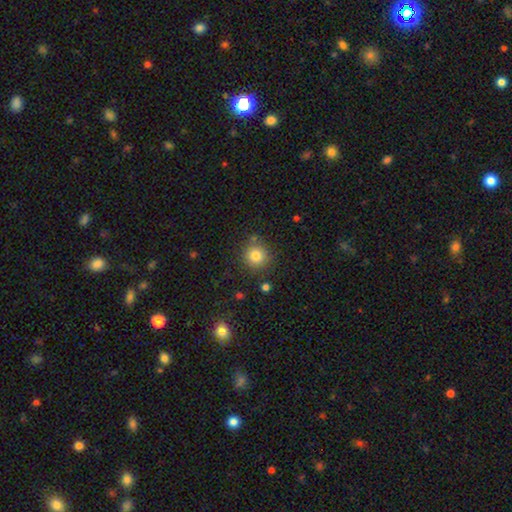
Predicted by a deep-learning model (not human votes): smooth-or-featured: smooth: 80% | star or artifact: 12% | featured or disk: 7%
  how-rounded: round: 93% | in between: 6% | cigar-shaped: 1%
  merging: none: 83% | minor disturbance: 9% | merger: 5% | major disturbance: 3%